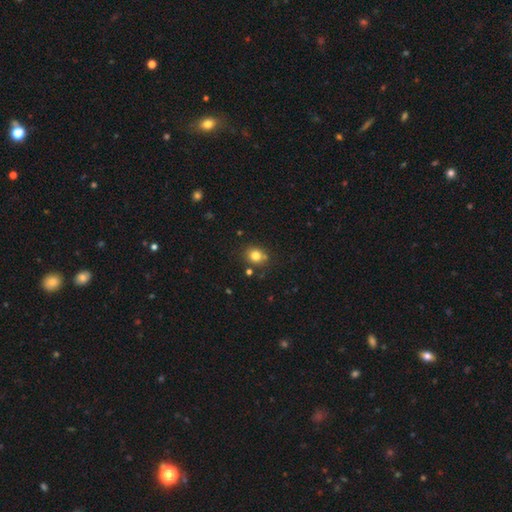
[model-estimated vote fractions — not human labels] The model was most divided on "how rounded": round: 74%, in between: 25%, cigar-shaped: 1%. More confident: smooth or featured — smooth (80%); merging — none (77%).